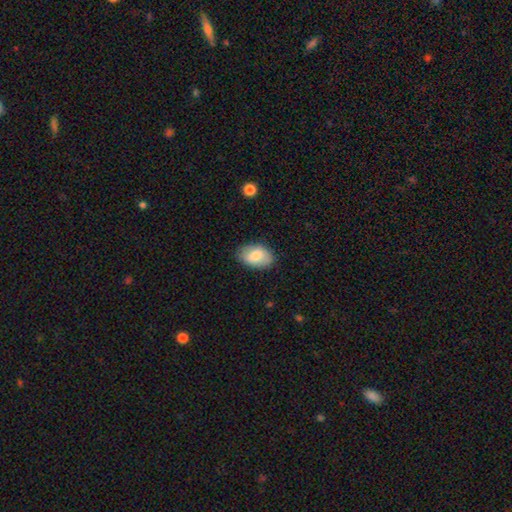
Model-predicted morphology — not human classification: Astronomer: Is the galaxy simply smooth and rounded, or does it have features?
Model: smooth — 77%.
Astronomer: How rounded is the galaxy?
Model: in between — 89%.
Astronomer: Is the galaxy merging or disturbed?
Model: none — 83%.